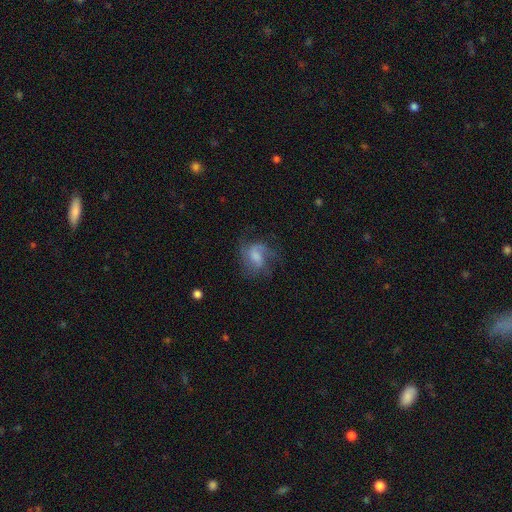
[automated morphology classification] A featured or disk galaxy (59%) with a weak bar (44%), spiral arms (85%) and a moderate central bulge (34%). Merging: none (49%).